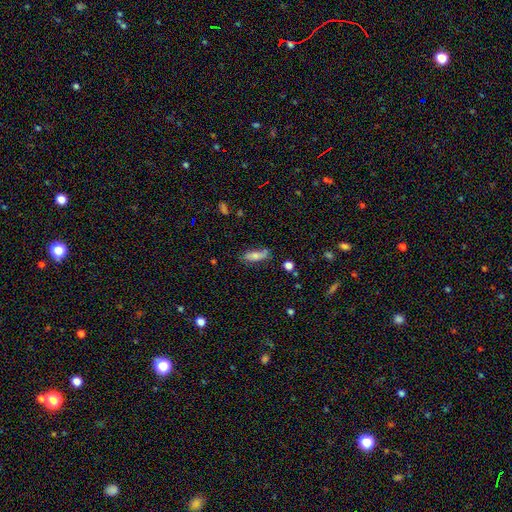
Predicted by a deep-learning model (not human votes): A smooth galaxy with no disk features (71%) that is in between round and cigar-shaped (65%). Merging: none (63%).